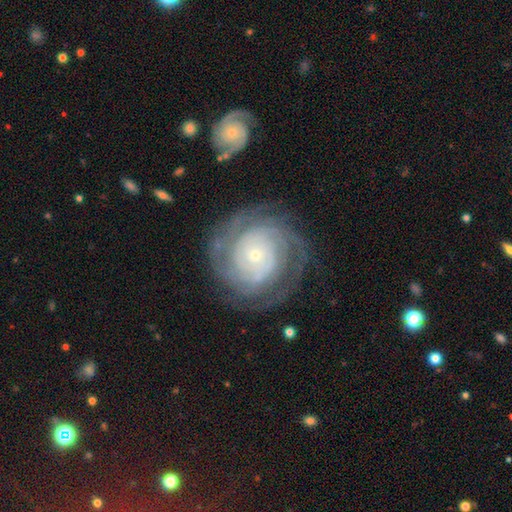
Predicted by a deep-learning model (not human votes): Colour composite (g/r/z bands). It shows a featured or disk galaxy (85%) with no bar (82%), tight (81%) spiral arms (96%) and a small central bulge (81%). Merging: none (80%).